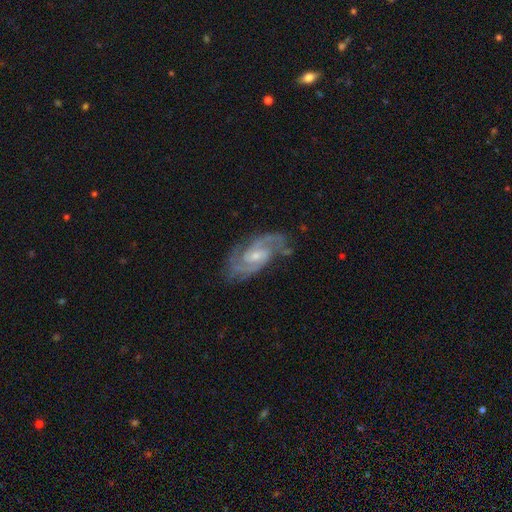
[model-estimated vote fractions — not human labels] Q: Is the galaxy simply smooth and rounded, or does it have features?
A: featured or disk — 89%.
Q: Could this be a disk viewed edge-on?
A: no — 96%.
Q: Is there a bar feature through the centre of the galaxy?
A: weak — 49%.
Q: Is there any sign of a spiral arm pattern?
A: yes — 97%.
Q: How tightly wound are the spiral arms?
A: medium — 50%.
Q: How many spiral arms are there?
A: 2 — 70%.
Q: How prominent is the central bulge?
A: small — 60%.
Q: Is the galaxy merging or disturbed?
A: none — 73%.